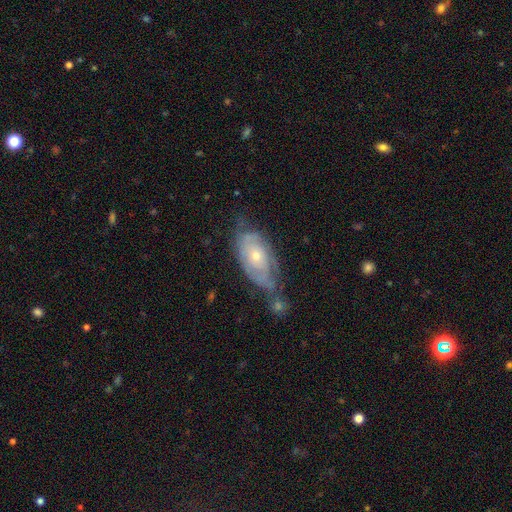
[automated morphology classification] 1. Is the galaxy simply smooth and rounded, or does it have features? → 70% featured or disk, 23% smooth, 7% star or artifact.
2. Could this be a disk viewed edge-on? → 92% no, 8% yes.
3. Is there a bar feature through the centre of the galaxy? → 81% no, 16% weak, 3% strong.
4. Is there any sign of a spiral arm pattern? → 78% yes, 22% no.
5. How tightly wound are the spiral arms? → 66% tight, 25% medium, 9% loose.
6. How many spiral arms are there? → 53% can't tell, 27% 2, 8% 3, 6% 1, 4% 4, 3% more than 4.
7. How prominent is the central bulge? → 58% small, 38% moderate, 2% large, 1% none, 1% dominant.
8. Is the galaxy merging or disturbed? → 42% none, 30% minor disturbance, 17% major disturbance, 11% merger.